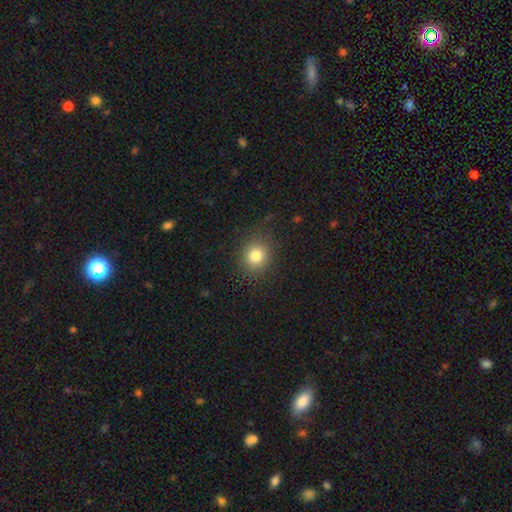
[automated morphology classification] smooth-or-featured: smooth: 80% | star or artifact: 12% | featured or disk: 7%
  how-rounded: round: 80% | in between: 19% | cigar-shaped: 1%
  merging: none: 86% | minor disturbance: 9% | major disturbance: 3% | merger: 1%